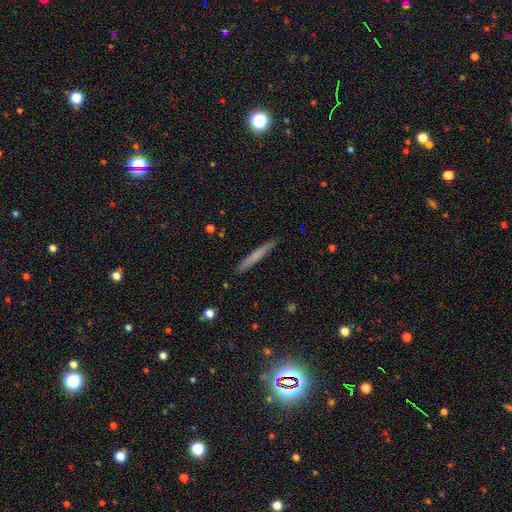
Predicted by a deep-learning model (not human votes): The model was most divided on "smooth or featured": smooth: 59%, featured or disk: 34%, star or artifact: 6%. More confident: how rounded — cigar-shaped (96%); merging — none (90%).